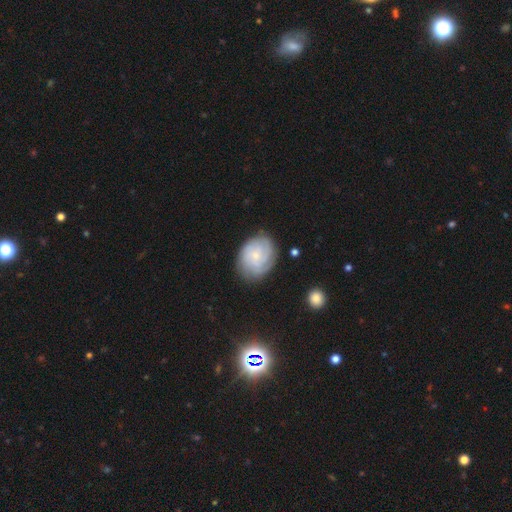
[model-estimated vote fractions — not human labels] smooth-or-featured: featured or disk: 64% | smooth: 29% | star or artifact: 7%
  disk-edge-on: no: 97% | yes: 3%
    bar: no: 76% | weak: 22% | strong: 3%
    has-spiral-arms: yes: 91% | no: 9%
      spiral-winding: tight: 65% | medium: 27% | loose: 8%
      spiral-arm-count: can't tell: 40% | 4: 19% | 3: 19% | 2: 10% | more than 4: 7% | 1: 5%
    bulge-size: small: 76% | moderate: 19% | none: 3% | large: 1% | dominant: 1%
  merging: none: 75% | minor disturbance: 18% | major disturbance: 6% | merger: 2%